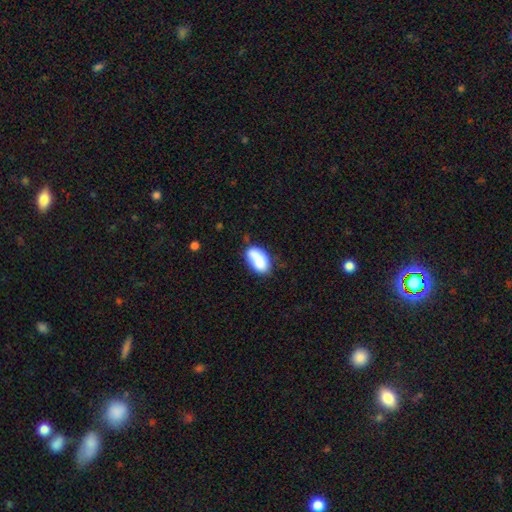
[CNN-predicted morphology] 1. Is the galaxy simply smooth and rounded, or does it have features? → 81% smooth, 12% featured or disk, 7% star or artifact.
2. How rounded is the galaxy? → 93% in between, 5% round, 2% cigar-shaped.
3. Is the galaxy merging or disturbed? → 57% none, 26% minor disturbance, 10% merger, 8% major disturbance.